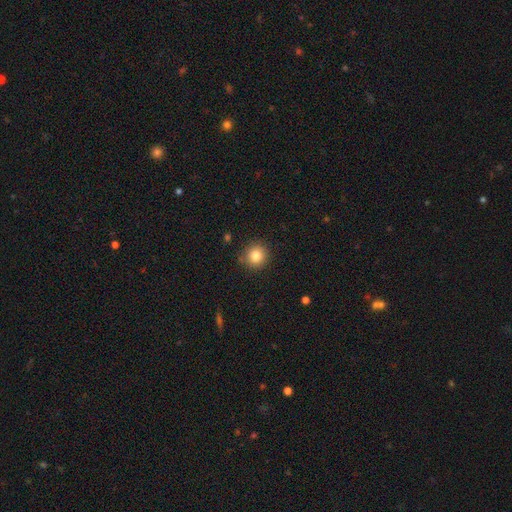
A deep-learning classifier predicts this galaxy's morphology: smooth_or_featured: smooth (p=0.82) [alt: star or artifact p=0.11]
how_rounded: round (p=0.92) [alt: in between p=0.07]
merging: none (p=0.88) [alt: minor disturbance p=0.09]